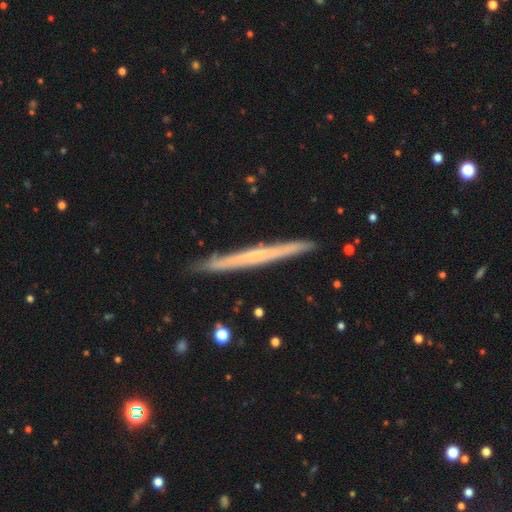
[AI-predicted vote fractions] Q: Smooth or featured?
A: featured or disk (58%); runner-up: smooth (36%)
Q: Edge-on disk?
A: yes (97%); runner-up: no (3%)
Q: Edge-on bulge?
A: none (85%); runner-up: rounded (11%)
Q: Merging?
A: none (90%); runner-up: minor disturbance (7%)